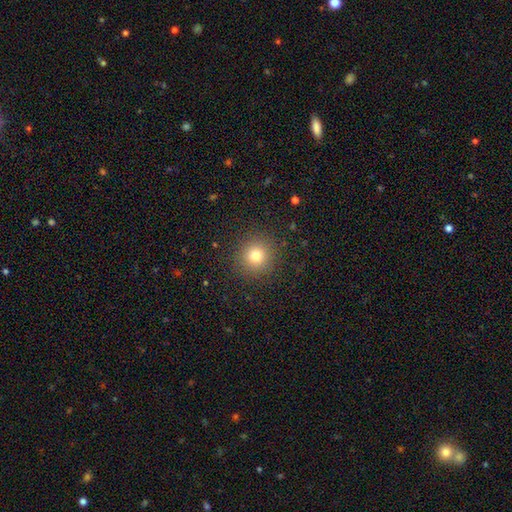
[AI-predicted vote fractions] smooth-or-featured: smooth: 77% | star or artifact: 15% | featured or disk: 8%
  how-rounded: round: 94% | in between: 5% | cigar-shaped: 1%
  merging: none: 90% | minor disturbance: 6% | major disturbance: 3% | merger: 1%